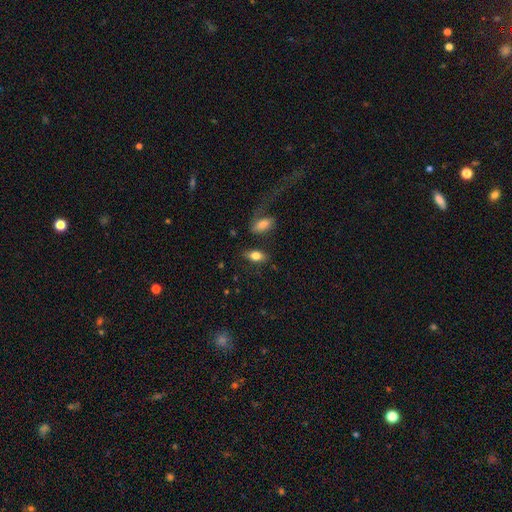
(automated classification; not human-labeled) Smooth or featured?
  - smooth: 76% *
  - featured or disk: 16%
  - star or artifact: 8%
How rounded?
  - in between: 88% *
  - cigar-shaped: 7%
  - round: 5%
Merging?
  - none: 76% *
  - minor disturbance: 13%
  - merger: 6%
  - major disturbance: 5%